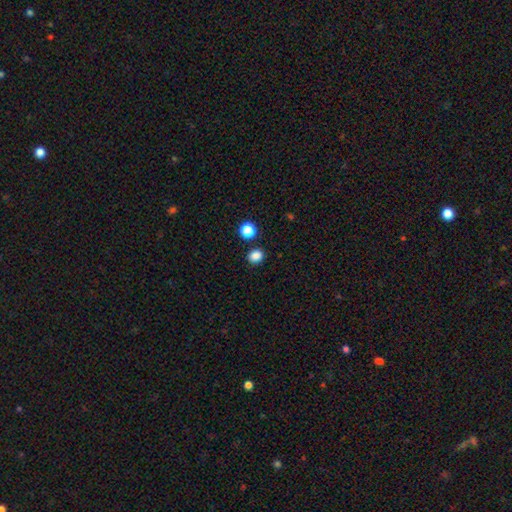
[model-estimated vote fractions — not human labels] Smooth or featured? smooth (85%)
How rounded? round (63%)
Merging? none (86%)